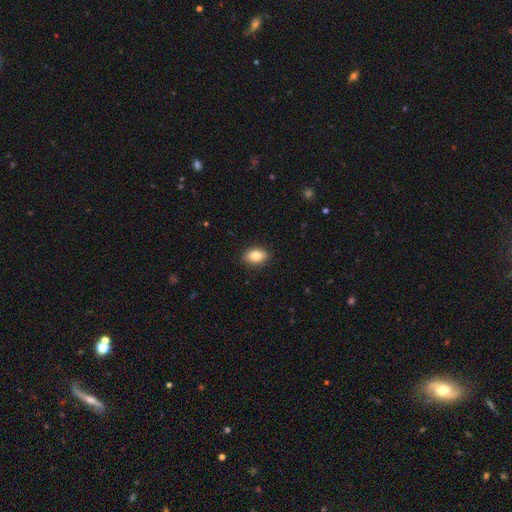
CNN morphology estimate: Overall: smooth (85%). How rounded: in between (85%). Merging: none (89%).